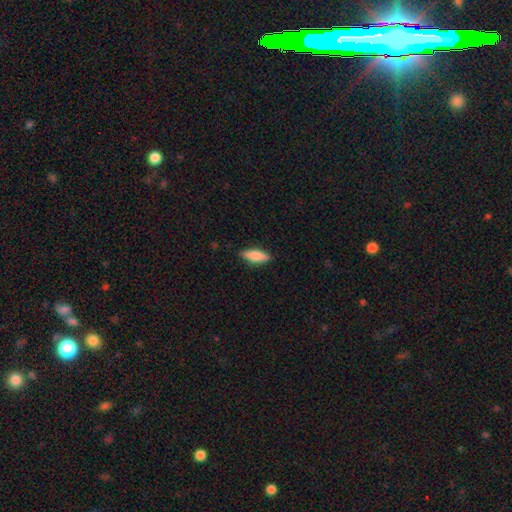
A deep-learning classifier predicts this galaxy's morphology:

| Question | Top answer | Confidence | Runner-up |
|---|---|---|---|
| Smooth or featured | smooth | 81% | featured or disk (13%) |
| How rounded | in between | 60% | cigar-shaped (38%) |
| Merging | none | 86% | minor disturbance (11%) |